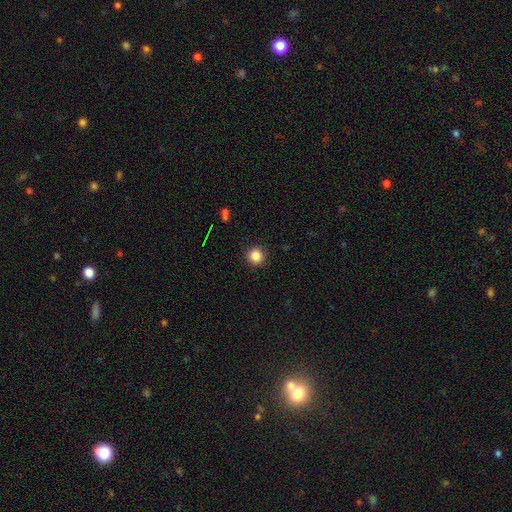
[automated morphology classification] Smooth or featured? smooth (85%)
How rounded? round (94%)
Merging? none (91%)